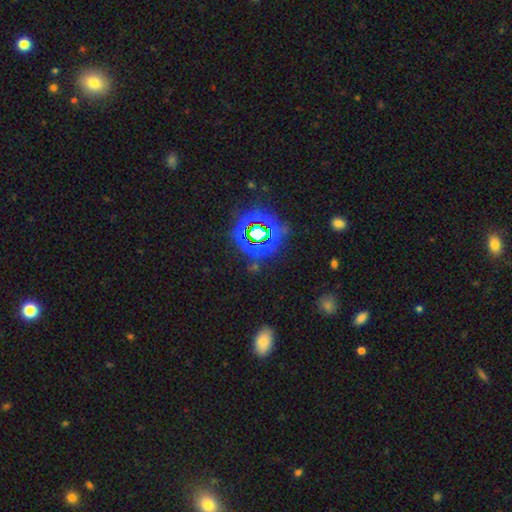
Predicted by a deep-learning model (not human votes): The model was most divided on "smooth or featured": star or artifact: 72%, smooth: 17%, featured or disk: 10%.